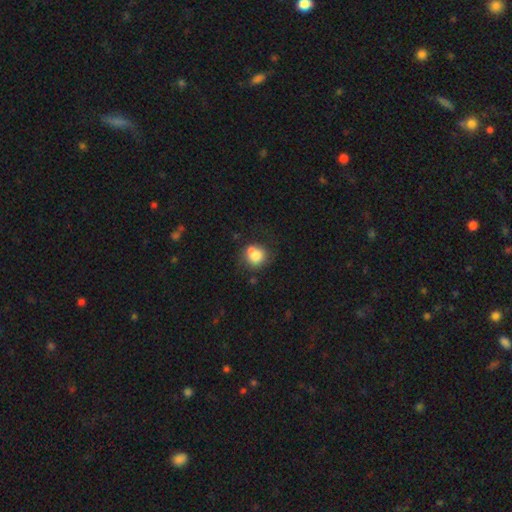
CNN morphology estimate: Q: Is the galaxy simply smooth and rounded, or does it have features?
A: smooth — 77%.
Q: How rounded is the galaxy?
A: round — 79%.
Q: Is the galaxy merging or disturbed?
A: none — 48%.